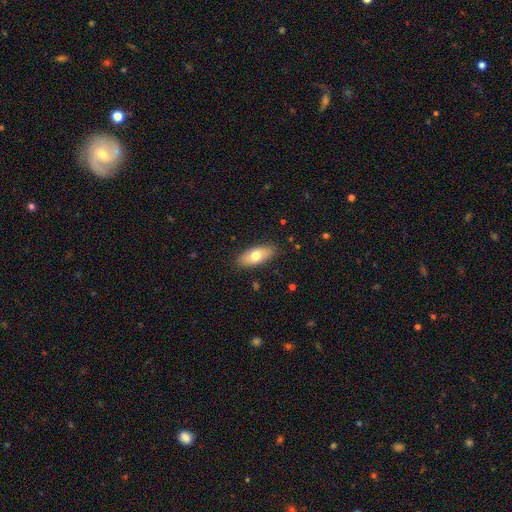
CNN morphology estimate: smooth 72%, featured or disk 22%, star or artifact 6%. Down the decision tree: how rounded — in between (84%); merging — none (87%).